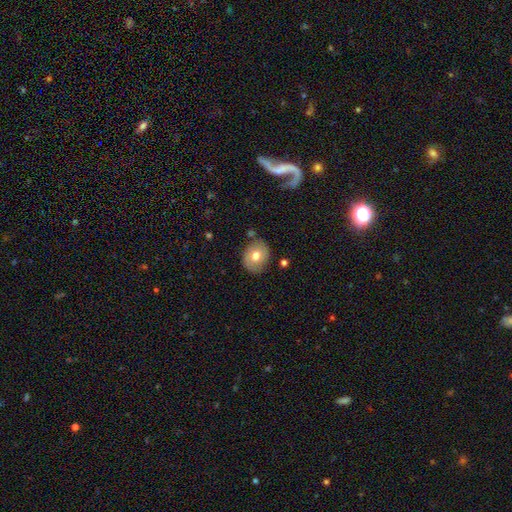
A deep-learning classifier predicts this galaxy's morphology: The model was most divided on "how rounded": round: 60%, in between: 39%, cigar-shaped: 1%. More confident: merging — none (79%); smooth or featured — smooth (71%).